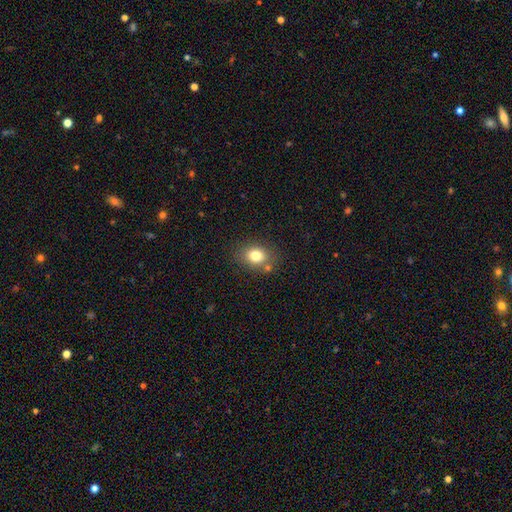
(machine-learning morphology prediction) A smooth galaxy with no disk features (80%) that is in between round and cigar-shaped (52%). Merging: none (75%).